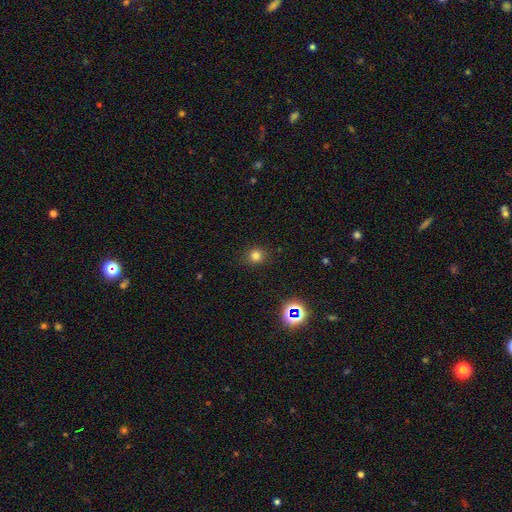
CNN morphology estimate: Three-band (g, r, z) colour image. It shows a smooth galaxy with no disk features (78%) that is round (88%). Merging: none (89%).